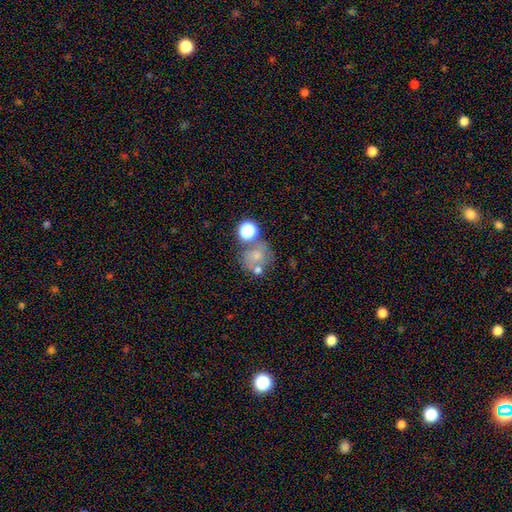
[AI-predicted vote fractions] Smooth or featured? Predicted: smooth (p=0.58). How rounded? Predicted: round (p=0.78). Merging? Predicted: none (p=0.47).